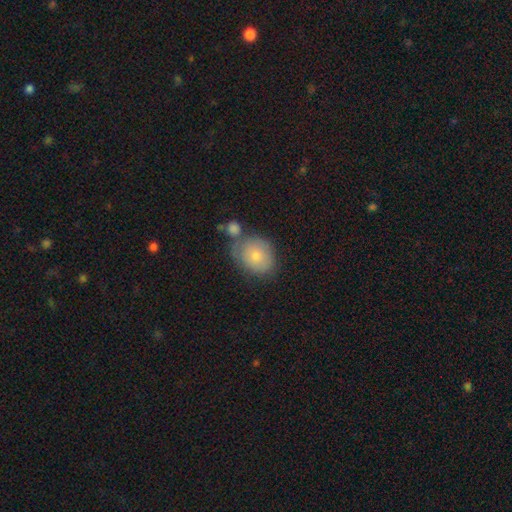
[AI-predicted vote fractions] Smooth or featured? smooth (74%)
How rounded? round (57%)
Merging? none (56%)